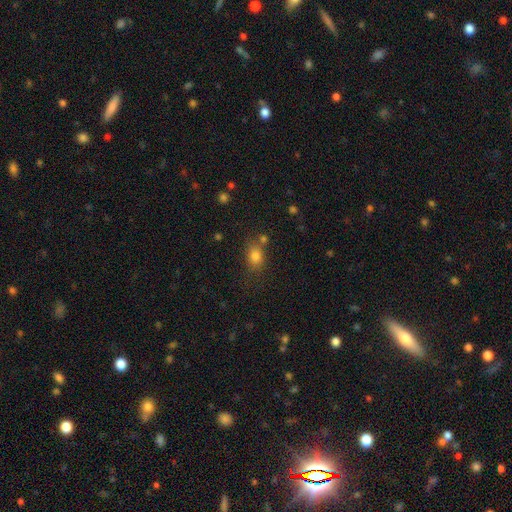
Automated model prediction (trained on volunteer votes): The model was most divided on "how rounded": in between: 59%, round: 39%, cigar-shaped: 2%. More confident: smooth or featured — smooth (78%); merging — none (66%).